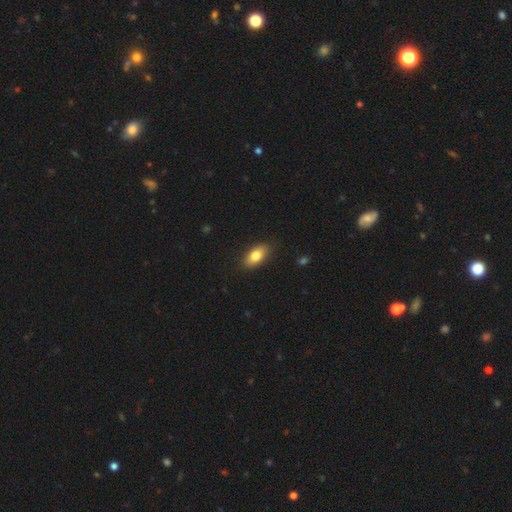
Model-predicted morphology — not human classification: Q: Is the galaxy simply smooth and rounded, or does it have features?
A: smooth — 81%.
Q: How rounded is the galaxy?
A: in between — 89%.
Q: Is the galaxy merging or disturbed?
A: none — 86%.